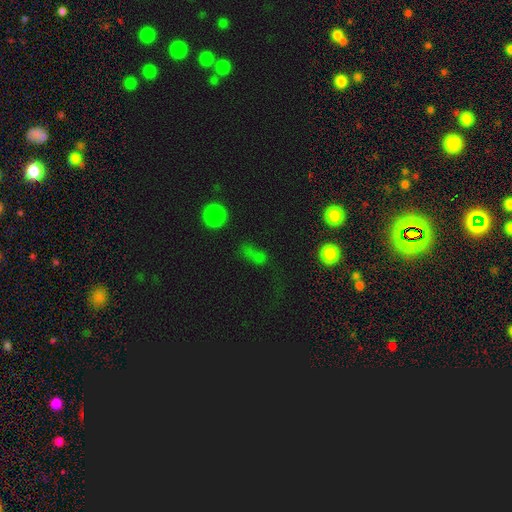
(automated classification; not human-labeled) Smooth or featured: smooth — 56% (star or artifact — 33%)
How rounded: in between — 52% (round — 39%)
Merging: none — 49% (major disturbance — 24%)